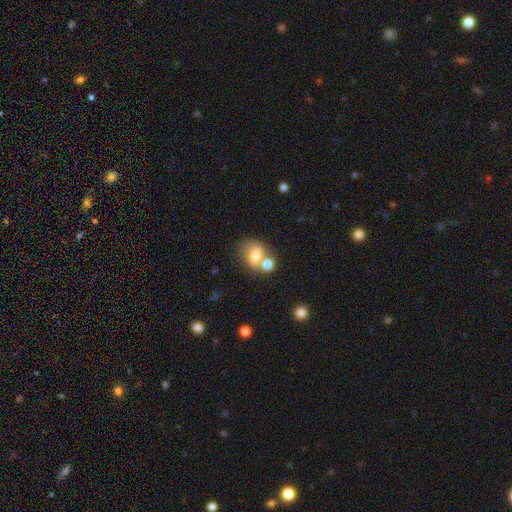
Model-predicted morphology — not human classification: This appears to be a smooth galaxy with no disk features (73%) that is round (51%). Merging: merger (44%).